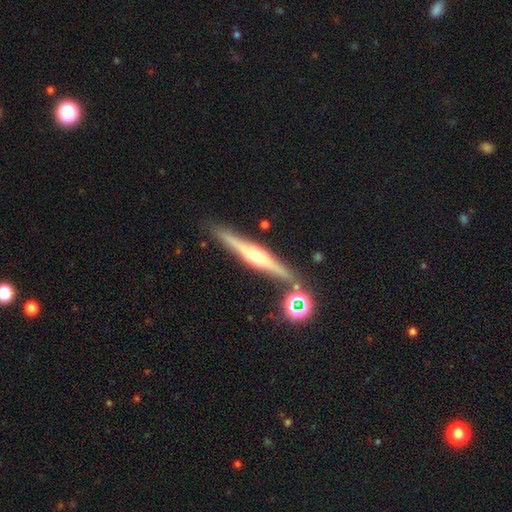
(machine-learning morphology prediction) This is likely a featured or disk galaxy (74%). It is clearly viewed edge-on (97%). Edge-on bulge: likely rounded (79%). Merging: clearly none (84%).